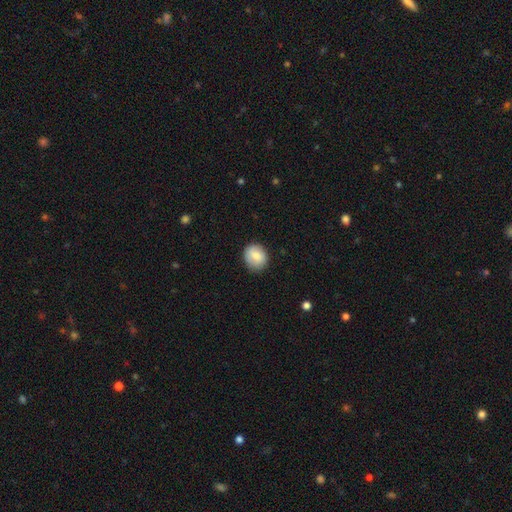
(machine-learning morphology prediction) Smooth or featured?
  - smooth: 83% *
  - featured or disk: 10%
  - star or artifact: 7%
How rounded?
  - round: 66% *
  - in between: 33%
  - cigar-shaped: 1%
Merging?
  - none: 81% *
  - minor disturbance: 15%
  - major disturbance: 3%
  - merger: 1%